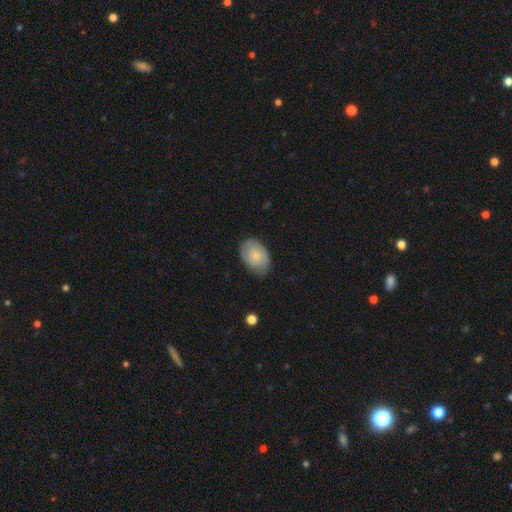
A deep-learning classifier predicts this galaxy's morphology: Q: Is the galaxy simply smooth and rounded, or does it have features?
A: smooth — 61%.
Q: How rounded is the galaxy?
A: in between — 83%.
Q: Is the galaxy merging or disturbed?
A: none — 70%.